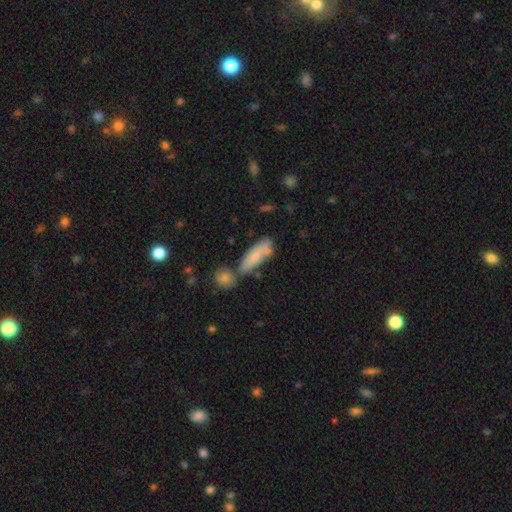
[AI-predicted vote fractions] Overall: smooth (73%). How rounded: in between (54%; cigar-shaped 43%). Merging: none (57%; minor disturbance 19%).